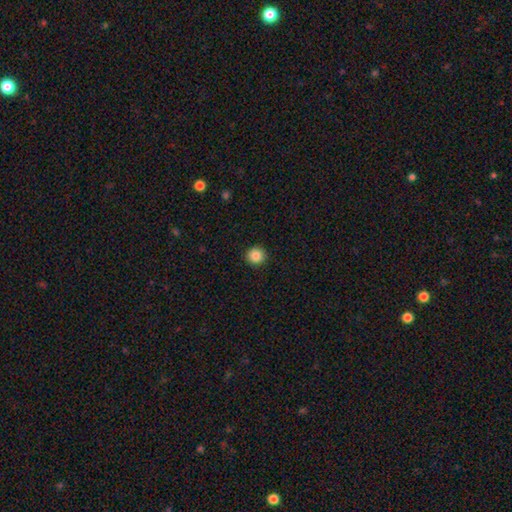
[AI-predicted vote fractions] This is clearly a smooth galaxy (86%). How rounded: clearly round (94%). Merging: clearly none (93%).